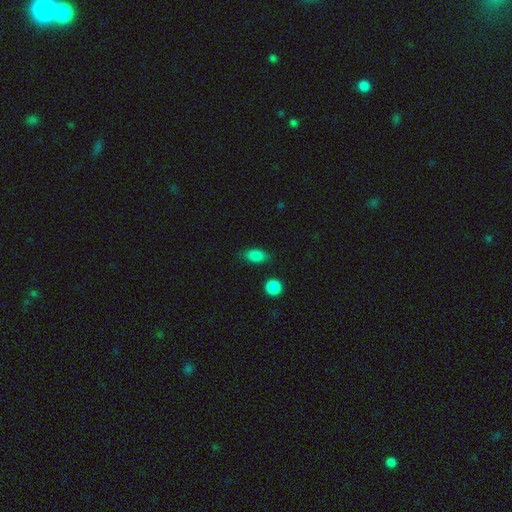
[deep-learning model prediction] Smooth or featured?
  - smooth: 86% *
  - star or artifact: 8%
  - featured or disk: 6%
How rounded?
  - in between: 85% *
  - round: 9%
  - cigar-shaped: 6%
Merging?
  - none: 81% *
  - minor disturbance: 13%
  - major disturbance: 3%
  - merger: 2%